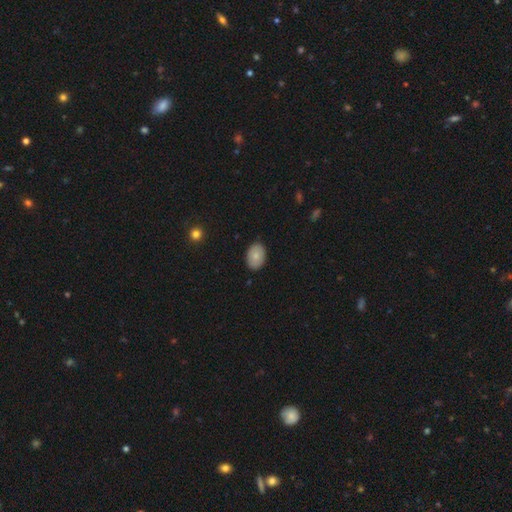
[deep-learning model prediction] smooth_or_featured: smooth (p=0.80) [alt: featured or disk p=0.13]
how_rounded: in between (p=0.82) [alt: round p=0.17]
merging: none (p=0.88) [alt: minor disturbance p=0.09]